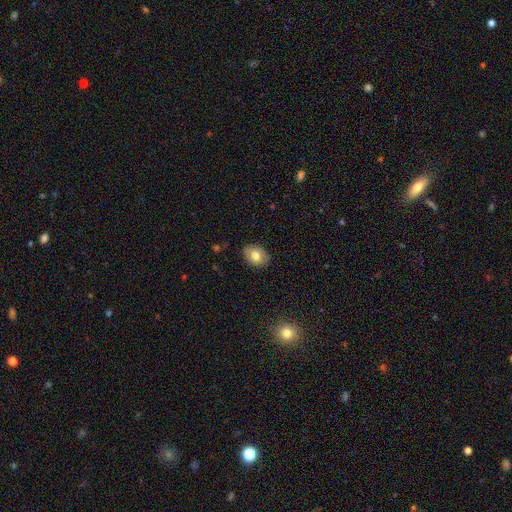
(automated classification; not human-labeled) smooth-or-featured: smooth: 74% | featured or disk: 17% | star or artifact: 9%
  how-rounded: in between: 68% | round: 31% | cigar-shaped: 1%
  merging: none: 85% | minor disturbance: 11% | major disturbance: 2% | merger: 1%